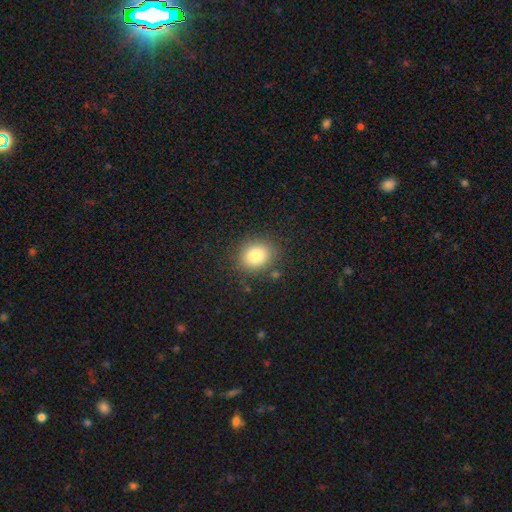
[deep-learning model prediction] Smooth or featured? smooth (82%)
How rounded? round (64%)
Merging? none (84%)